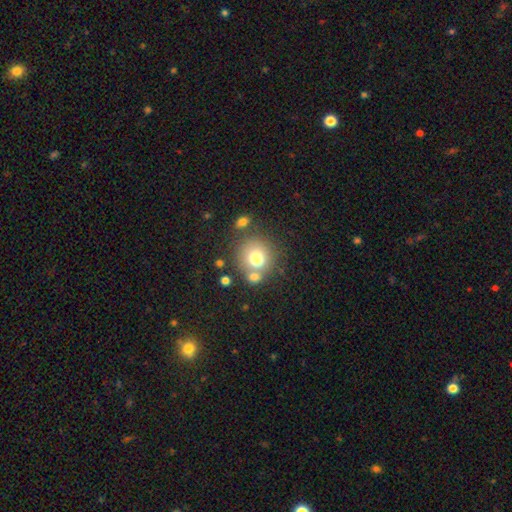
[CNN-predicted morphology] Smooth or featured? smooth (71%)
How rounded? round (87%)
Merging? none (64%)